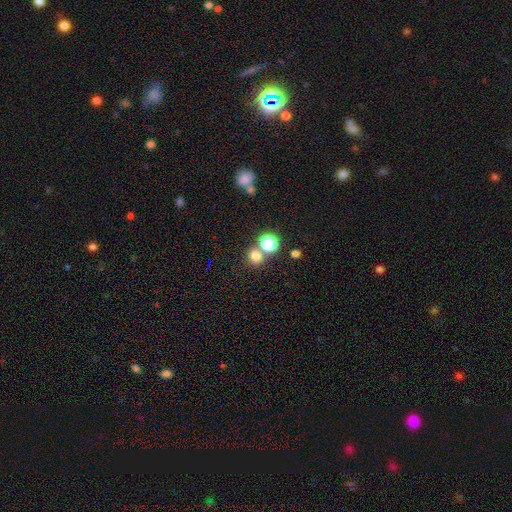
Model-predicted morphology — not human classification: smooth-or-featured: smooth: 73% | star or artifact: 21% | featured or disk: 7%
  how-rounded: round: 86% | in between: 13% | cigar-shaped: 1%
  merging: none: 69% | merger: 21% | minor disturbance: 7% | major disturbance: 3%